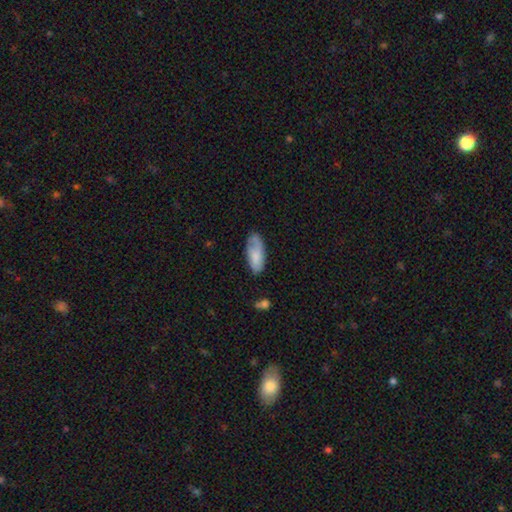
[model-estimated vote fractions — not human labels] smooth-or-featured: smooth: 72% | featured or disk: 22% | star or artifact: 6%
  how-rounded: in between: 85% | cigar-shaped: 13% | round: 2%
  merging: none: 60% | minor disturbance: 28% | major disturbance: 9% | merger: 3%